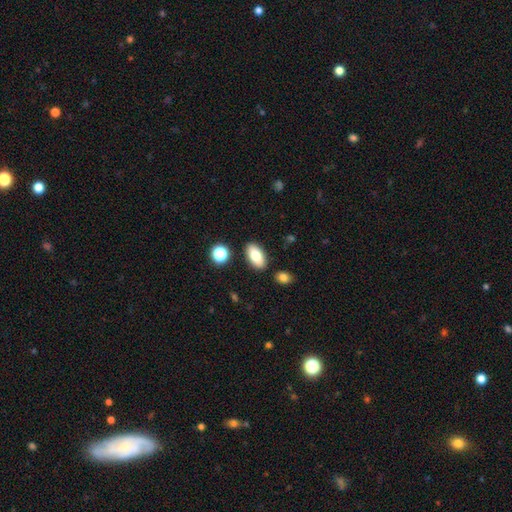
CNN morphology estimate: smooth_or_featured: smooth (p=0.76) [alt: featured or disk p=0.16]
how_rounded: in between (p=0.91) [alt: round p=0.05]
merging: none (p=0.85) [alt: minor disturbance p=0.09]